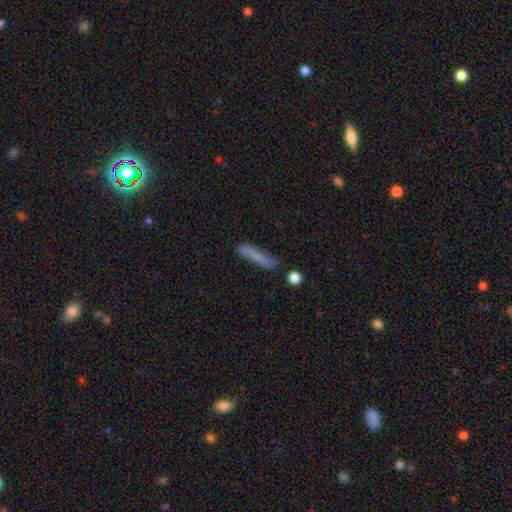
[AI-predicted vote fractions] smooth-or-featured: smooth: 75% | featured or disk: 17% | star or artifact: 8%
  how-rounded: cigar-shaped: 89% | in between: 9% | round: 2%
  merging: none: 73% | minor disturbance: 18% | major disturbance: 5% | merger: 5%